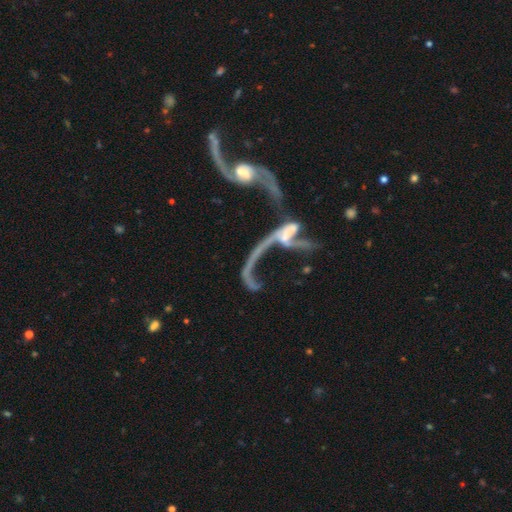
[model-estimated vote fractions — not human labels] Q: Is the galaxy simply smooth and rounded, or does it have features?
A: featured or disk — 79%.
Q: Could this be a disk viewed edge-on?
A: no — 89%.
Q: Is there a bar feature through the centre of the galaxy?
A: no — 60%.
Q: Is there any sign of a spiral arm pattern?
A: yes — 75%.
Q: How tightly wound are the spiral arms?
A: loose — 91%.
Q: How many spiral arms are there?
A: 2 — 69%.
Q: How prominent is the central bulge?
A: small — 39%.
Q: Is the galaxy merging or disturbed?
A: merger — 56%.